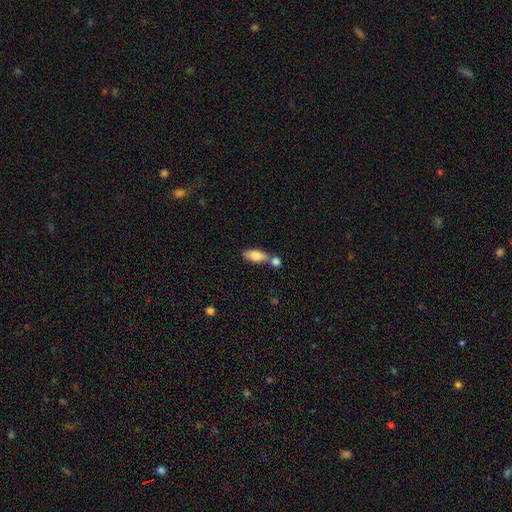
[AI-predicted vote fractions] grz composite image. It shows a smooth galaxy with no disk features (82%) that is in between round and cigar-shaped (79%). Merging: none (45%).